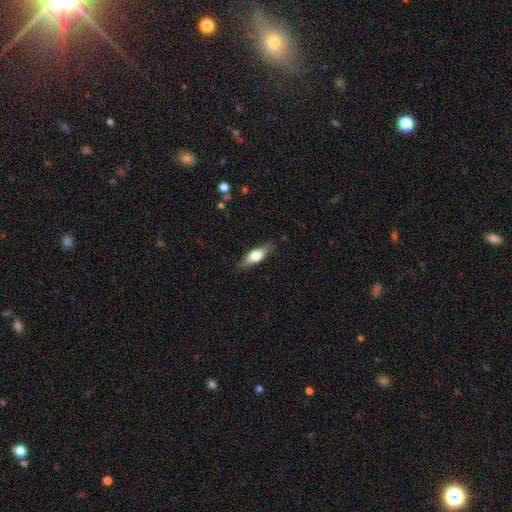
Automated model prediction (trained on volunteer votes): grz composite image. It shows a smooth galaxy with no disk features (55%) that is in between round and cigar-shaped (56%). Merging: none (84%).